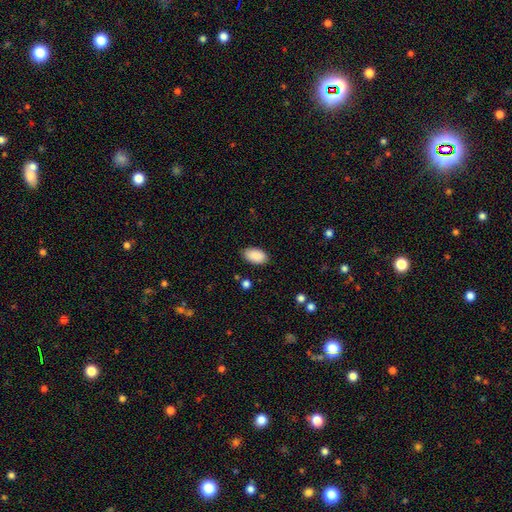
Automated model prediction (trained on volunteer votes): The model was most divided on "merging": none: 86%, minor disturbance: 10%, major disturbance: 2%, merger: 1%. More confident: how rounded — in between (95%); smooth or featured — smooth (91%).